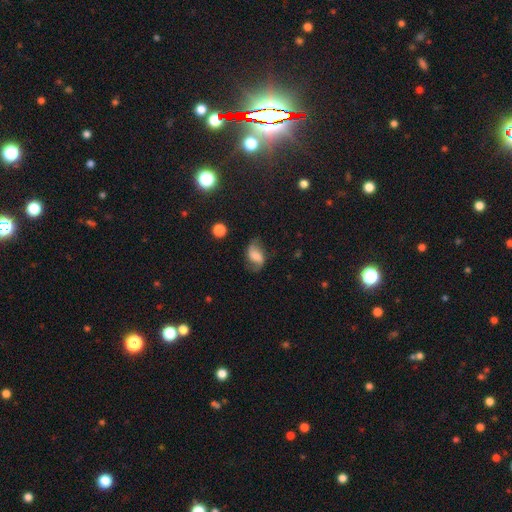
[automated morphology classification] This appears to be a featured or disk galaxy (59%) with no bar (41%, tied with weak), 2 (88%) loose (63%) spiral arms (91%) and a moderate central bulge (27%, tied with none and small). Merging: none (66%).